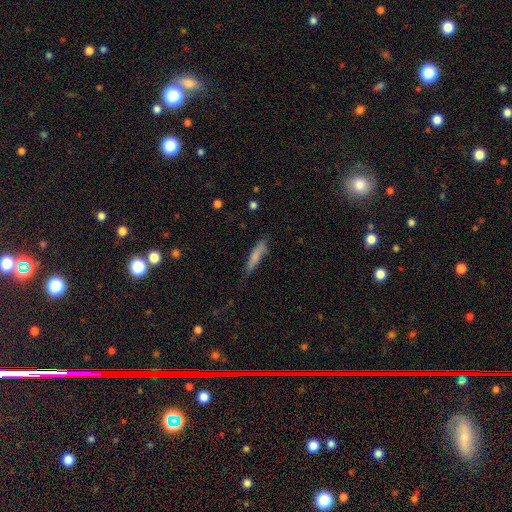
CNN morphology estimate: Overall: smooth (75%). How rounded: cigar-shaped (85%). Merging: none (66%).